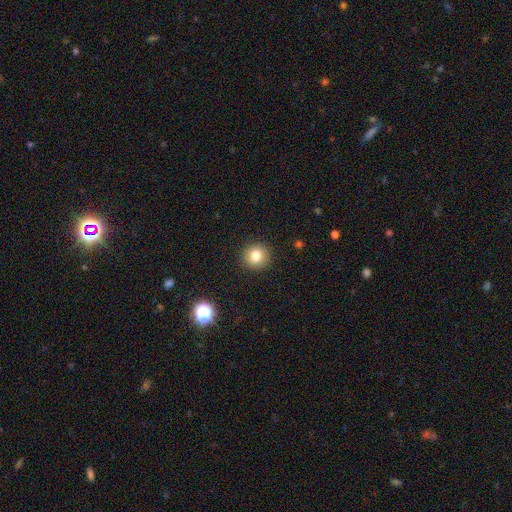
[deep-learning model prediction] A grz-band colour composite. It shows a smooth galaxy with no disk features (80%) that is round (89%). Merging: none (91%).